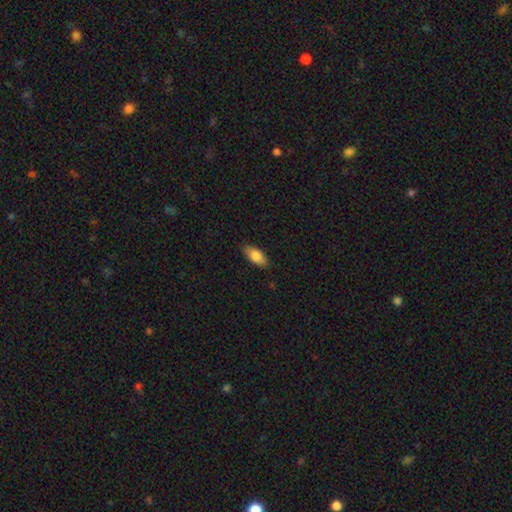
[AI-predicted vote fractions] The model was most divided on "smooth or featured": smooth: 81%, featured or disk: 12%, star or artifact: 6%. More confident: merging — none (86%); how rounded — in between (86%).